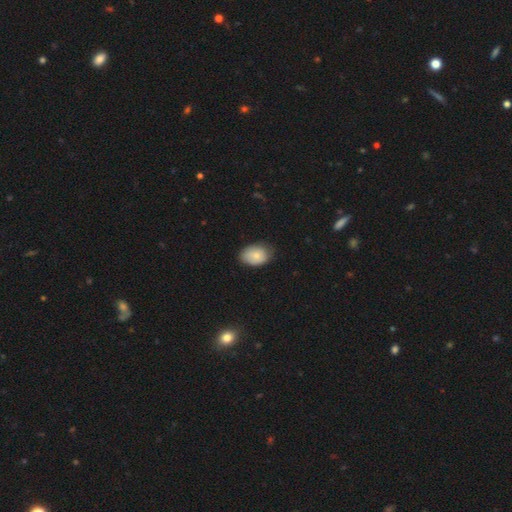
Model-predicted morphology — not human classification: Smooth or featured: smooth — 79% (featured or disk — 13%)
How rounded: in between — 83% (round — 16%)
Merging: none — 72% (minor disturbance — 23%)